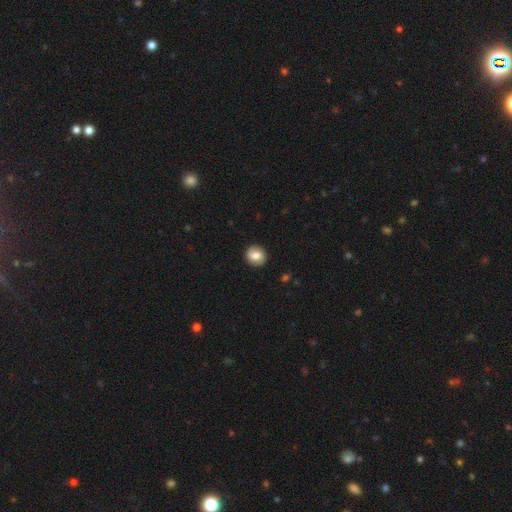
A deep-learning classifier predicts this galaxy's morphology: This appears to be a smooth galaxy with no disk features (62%) that is round (81%). Merging: none (89%).